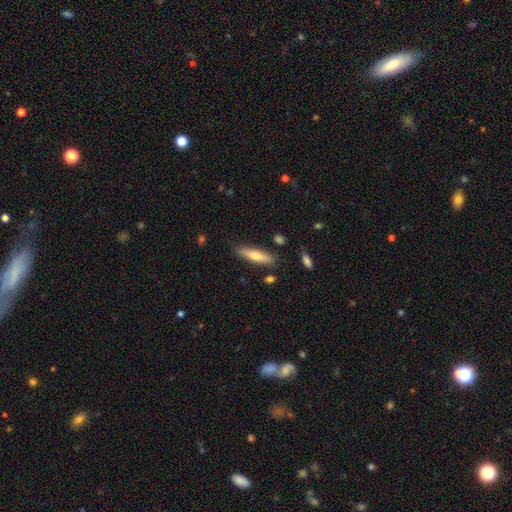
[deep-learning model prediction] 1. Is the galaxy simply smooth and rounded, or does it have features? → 61% smooth, 33% featured or disk, 6% star or artifact.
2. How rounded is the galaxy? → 76% cigar-shaped, 22% in between, 2% round.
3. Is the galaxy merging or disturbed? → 85% none, 10% minor disturbance, 3% merger, 2% major disturbance.